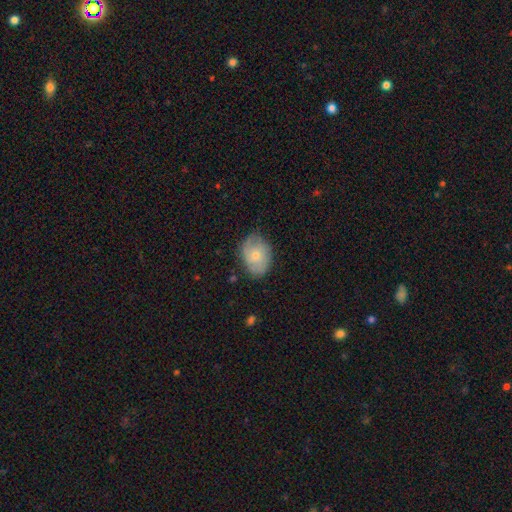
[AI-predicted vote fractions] Smooth or featured? Predicted: smooth (p=0.56). How rounded? Predicted: in between (p=0.65). Merging? Predicted: none (p=0.69).